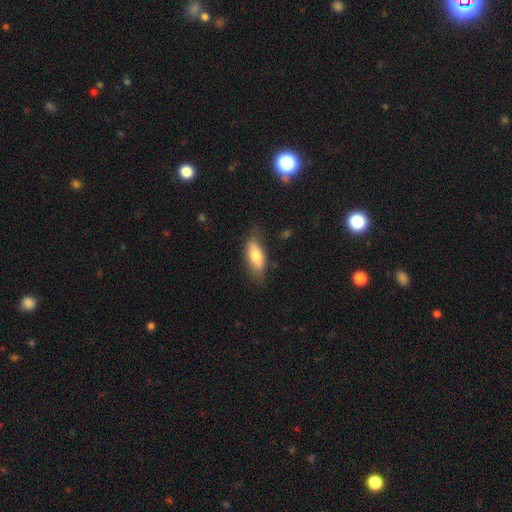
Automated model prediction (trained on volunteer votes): This is likely a smooth galaxy (71%). How rounded: likely in between (79%). Merging: likely none (71%).